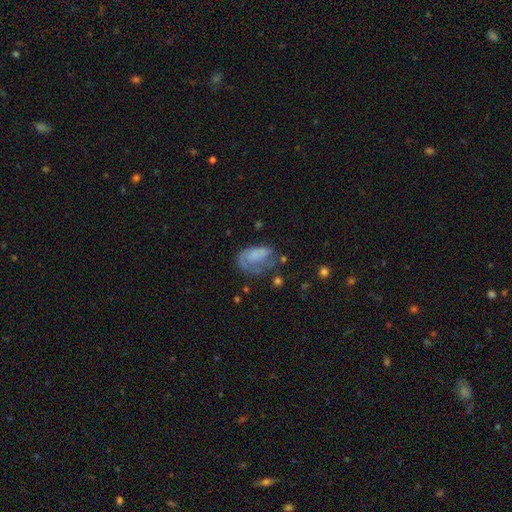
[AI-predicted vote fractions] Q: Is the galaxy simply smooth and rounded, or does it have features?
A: featured or disk — 46%.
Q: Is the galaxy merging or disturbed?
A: none — 35%.